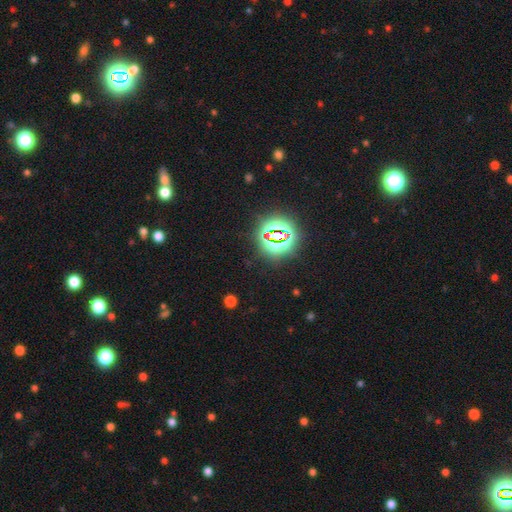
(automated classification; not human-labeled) Smooth or featured: star or artifact — 81% (smooth — 12%)